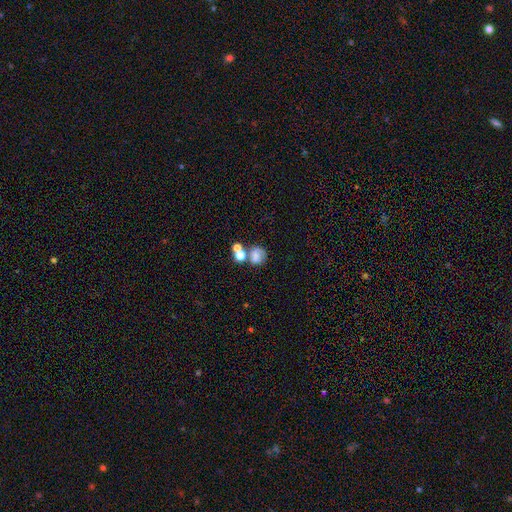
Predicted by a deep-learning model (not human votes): smooth 65%, featured or disk 19%, star or artifact 15%. Down the decision tree: how rounded — round (68%); merging — none (42%).